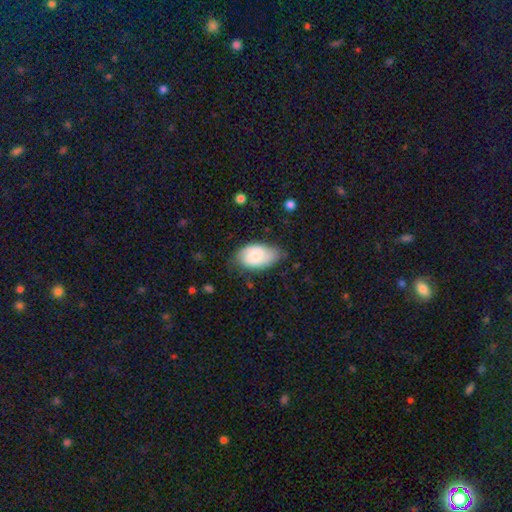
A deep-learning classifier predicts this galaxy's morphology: Smooth or featured? smooth (61%)
How rounded? in between (92%)
Merging? none (61%)